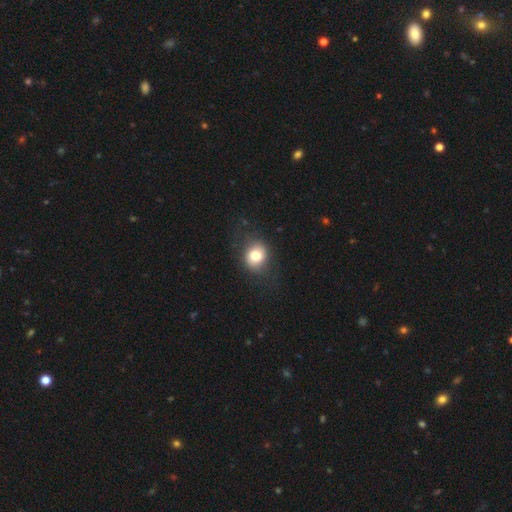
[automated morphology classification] smooth-or-featured: smooth: 77% | featured or disk: 13% | star or artifact: 9%
  how-rounded: round: 64% | in between: 35% | cigar-shaped: 1%
  merging: none: 78% | minor disturbance: 15% | major disturbance: 6% | merger: 1%